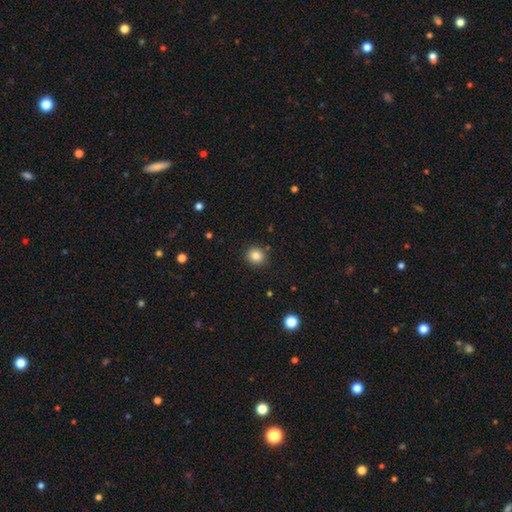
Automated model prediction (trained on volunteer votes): The model was most divided on "smooth or featured": smooth: 84%, star or artifact: 11%, featured or disk: 5%. More confident: merging — none (89%); how rounded — round (87%).